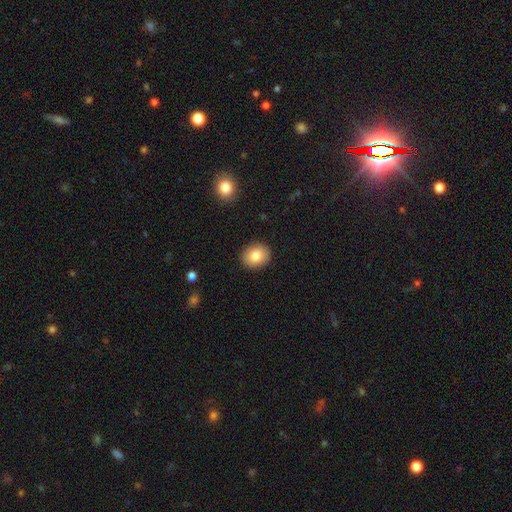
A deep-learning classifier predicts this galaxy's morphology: The model was most divided on "how rounded": round: 62%, in between: 37%, cigar-shaped: 1%. More confident: merging — none (90%); smooth or featured — smooth (83%).